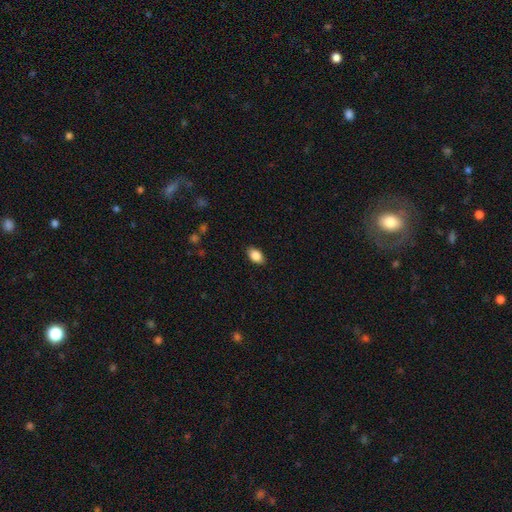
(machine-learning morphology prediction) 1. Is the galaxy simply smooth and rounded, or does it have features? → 86% smooth, 8% star or artifact, 6% featured or disk.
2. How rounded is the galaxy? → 90% in between, 8% round, 2% cigar-shaped.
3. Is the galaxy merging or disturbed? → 87% none, 10% minor disturbance, 2% major disturbance, 1% merger.